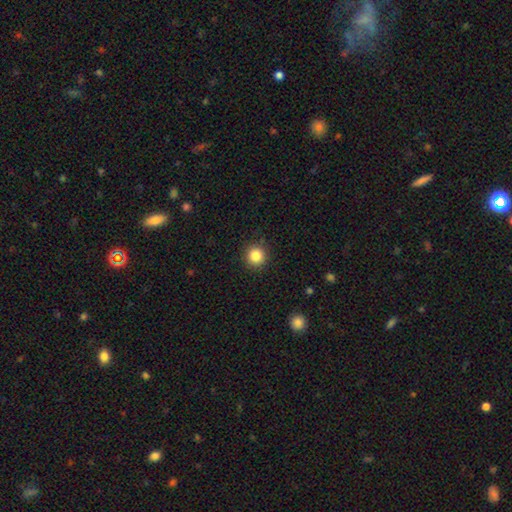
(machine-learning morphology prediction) type=smooth (84%); roundness=round (94%); merging=none (91%).